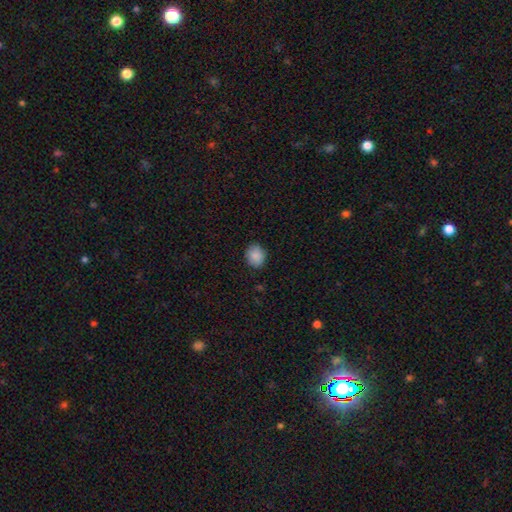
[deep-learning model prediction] smooth 88%, star or artifact 8%, featured or disk 4%. Down the decision tree: how rounded — round (62%); merging — none (87%).